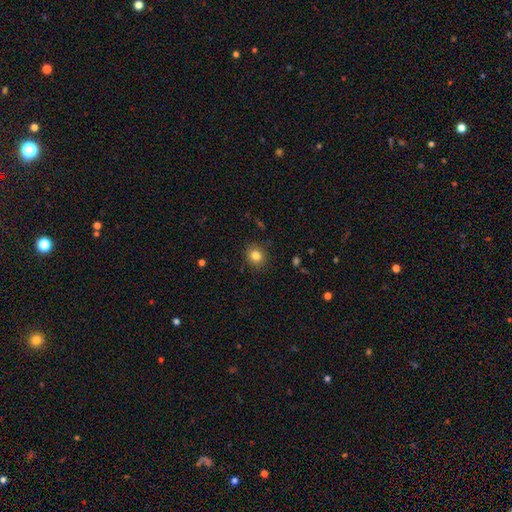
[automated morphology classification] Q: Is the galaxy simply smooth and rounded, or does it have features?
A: smooth — 82%.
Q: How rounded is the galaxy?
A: round — 77%.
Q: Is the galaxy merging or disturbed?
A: none — 88%.